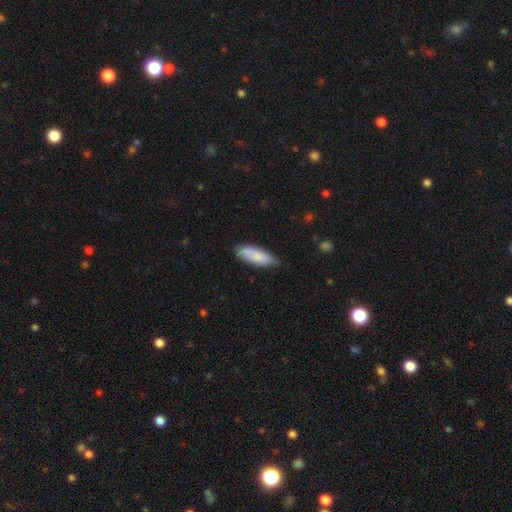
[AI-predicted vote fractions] A smooth galaxy with no disk features (78%) that is in between round and cigar-shaped (62%).

Vote fractions:
- Smooth or featured? smooth: 78% / featured or disk: 16% / star or artifact: 6%
- How rounded? in between: 62% / cigar-shaped: 37% / round: 2%
- Merging? none: 69% / minor disturbance: 23% / merger: 4% / major disturbance: 4%